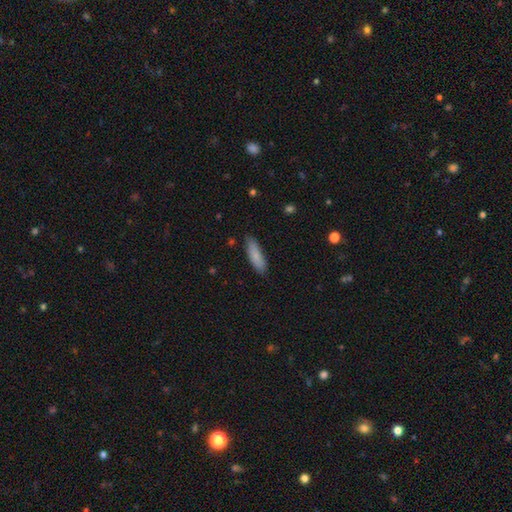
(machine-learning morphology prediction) Overall: smooth (81%). How rounded: cigar-shaped (54%; in between 44%). Merging: none (83%).